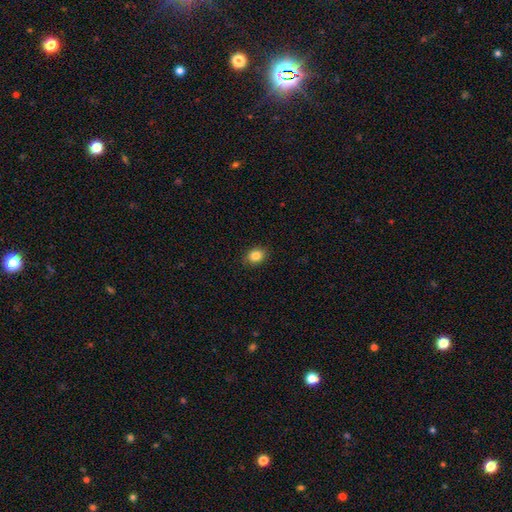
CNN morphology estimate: Q: Smooth or featured?
A: smooth (85%); runner-up: star or artifact (10%)
Q: How rounded?
A: in between (52%); runner-up: round (47%)
Q: Merging?
A: none (89%); runner-up: minor disturbance (8%)